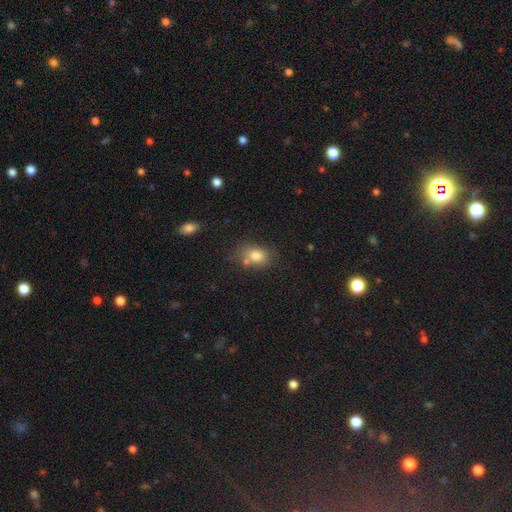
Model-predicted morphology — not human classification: This appears to be a smooth galaxy with no disk features (80%) that is in between round and cigar-shaped (69%). Merging: none (56%).